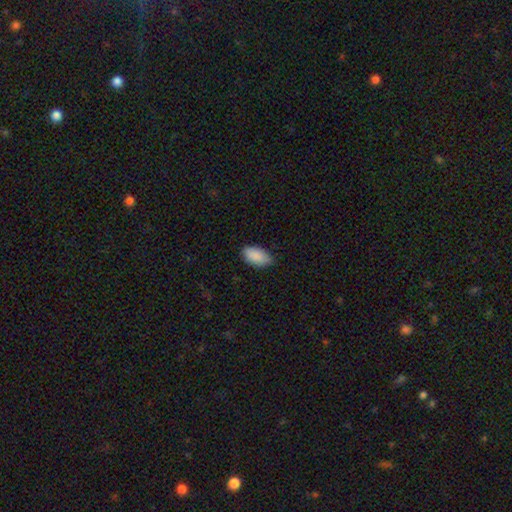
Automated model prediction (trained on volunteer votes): smooth-or-featured: smooth: 89% | star or artifact: 6% | featured or disk: 4%
  how-rounded: in between: 94% | round: 3% | cigar-shaped: 2%
  merging: none: 74% | minor disturbance: 22% | major disturbance: 3% | merger: 1%